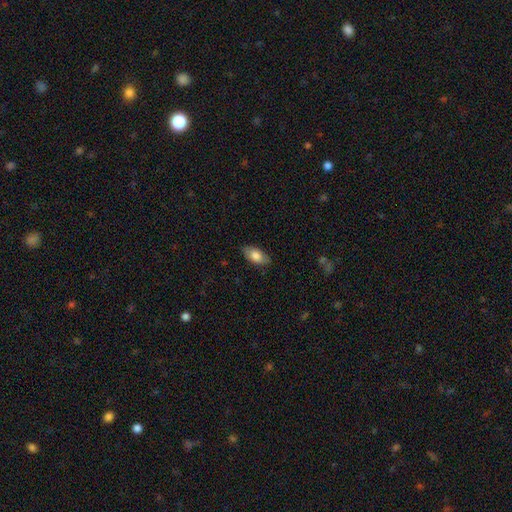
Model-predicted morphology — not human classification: Smooth or featured: smooth — 79% (featured or disk — 14%)
How rounded: in between — 92% (cigar-shaped — 4%)
Merging: none — 84% (minor disturbance — 13%)